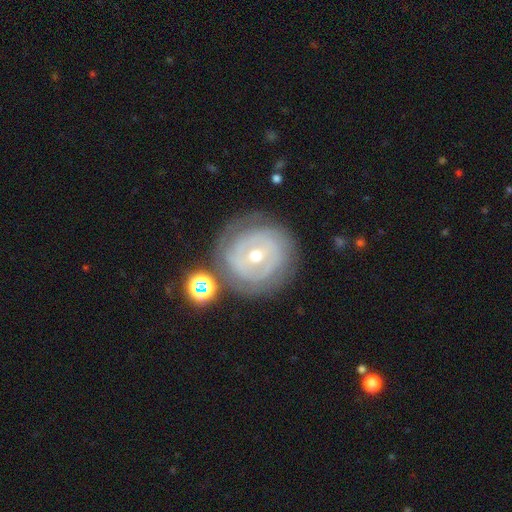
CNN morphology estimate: A featured or disk galaxy (74%) with no bar (55%), tight (75%) spiral arms (74%) and a moderate central bulge (49%).

Vote fractions:
- Smooth or featured? featured or disk: 74% / smooth: 20% / star or artifact: 7%
- Edge-on disk? no: 97% / yes: 3%
- Bar? no: 55% / weak: 32% / strong: 13%
- Spiral arms? yes: 74% / no: 26%
- Spiral winding? tight: 75% / medium: 18% / loose: 7%
- Spiral arm count? can't tell: 45% / 2: 27% / 3: 13% / 4: 6% / 1: 5% / more than 4: 4%
- Bulge size? moderate: 49% / small: 48% / large: 2% / none: 1% / dominant: 1%
- Merging? none: 72% / minor disturbance: 16% / major disturbance: 7% / merger: 5%